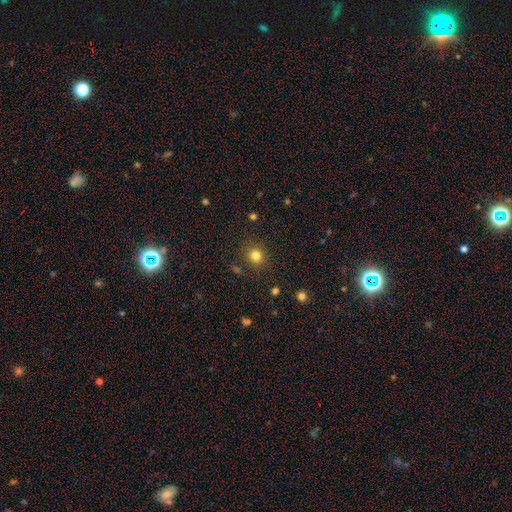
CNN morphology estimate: A smooth galaxy with no disk features (81%) that is round (86%).

Vote fractions:
- Smooth or featured? smooth: 81% / star or artifact: 14% / featured or disk: 5%
- How rounded? round: 86% / in between: 13% / cigar-shaped: 1%
- Merging? none: 86% / minor disturbance: 8% / major disturbance: 3% / merger: 2%